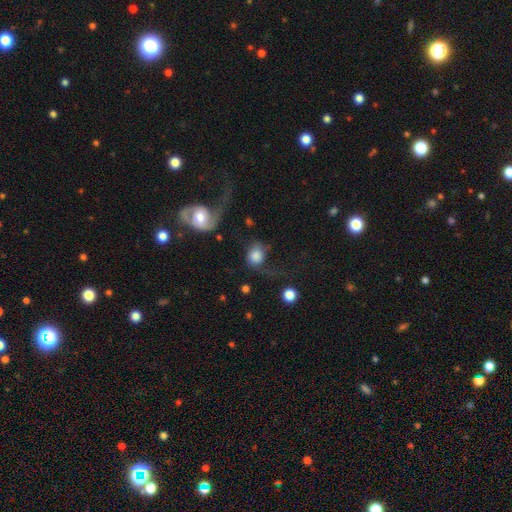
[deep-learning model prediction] This appears to be a smooth galaxy with no disk features (70%) that is round (66%). Merging: major disturbance (38%).